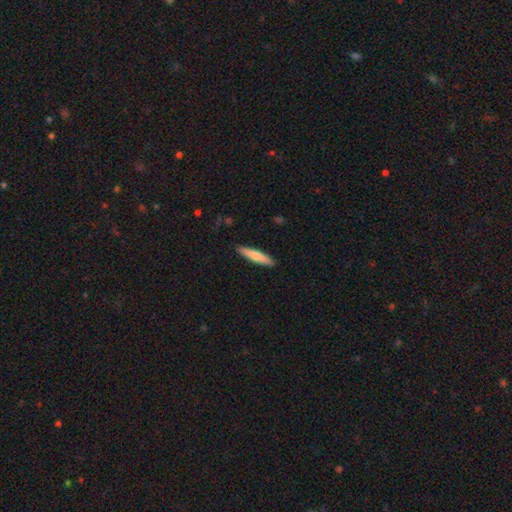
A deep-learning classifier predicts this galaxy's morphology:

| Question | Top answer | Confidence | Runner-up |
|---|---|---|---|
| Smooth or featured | smooth | 70% | featured or disk (24%) |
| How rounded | cigar-shaped | 88% | in between (11%) |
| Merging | none | 90% | minor disturbance (7%) |